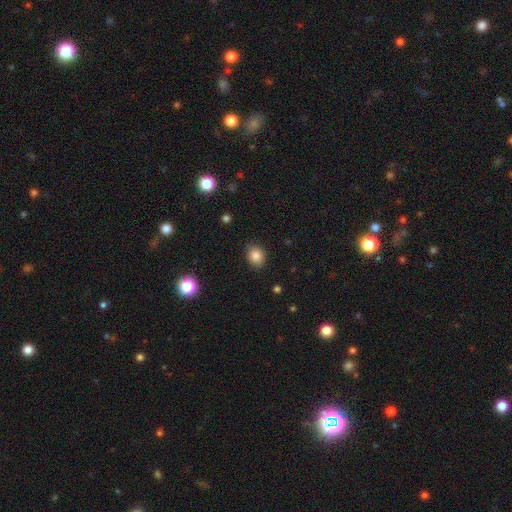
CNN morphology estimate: Smooth or featured? Predicted: smooth (p=0.84). How rounded? Predicted: round (p=0.53). Merging? Predicted: none (p=0.86).